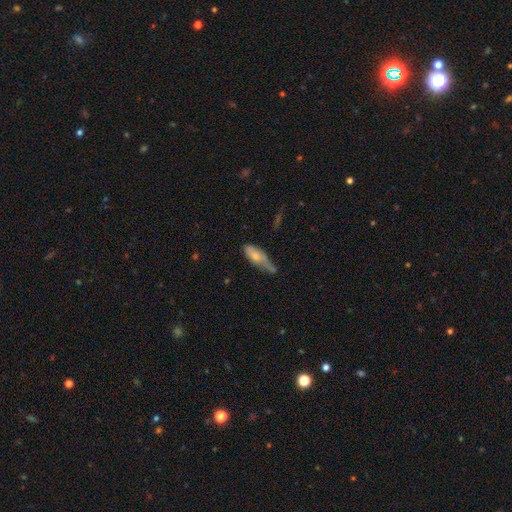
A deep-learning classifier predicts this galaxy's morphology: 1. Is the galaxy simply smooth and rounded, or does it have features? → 67% smooth, 26% featured or disk, 7% star or artifact.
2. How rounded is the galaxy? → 65% in between, 32% cigar-shaped, 2% round.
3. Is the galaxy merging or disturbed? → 39% minor disturbance, 30% none, 21% major disturbance, 9% merger.